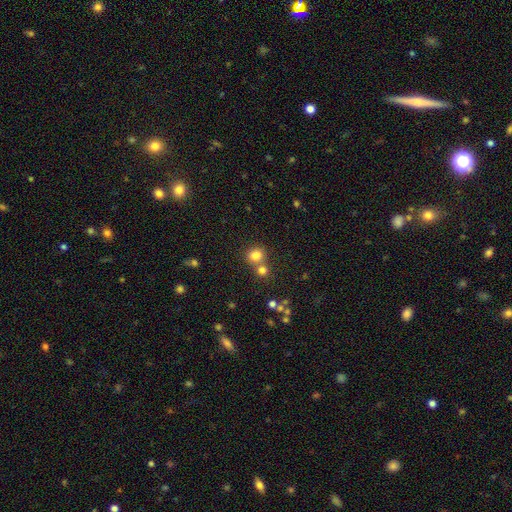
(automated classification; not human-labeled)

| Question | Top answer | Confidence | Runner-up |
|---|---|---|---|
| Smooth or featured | smooth | 79% | star or artifact (14%) |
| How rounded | round | 73% | in between (26%) |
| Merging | none | 55% | merger (34%) |